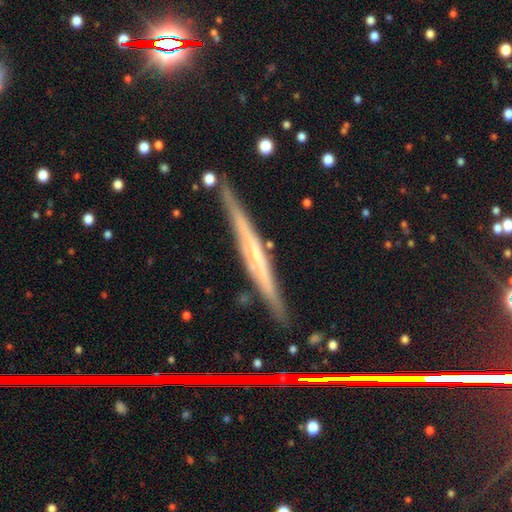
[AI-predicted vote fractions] Smooth or featured? featured or disk (69%)
Edge-on disk? yes (97%)
Edge-on bulge? none (62%)
Merging? none (86%)